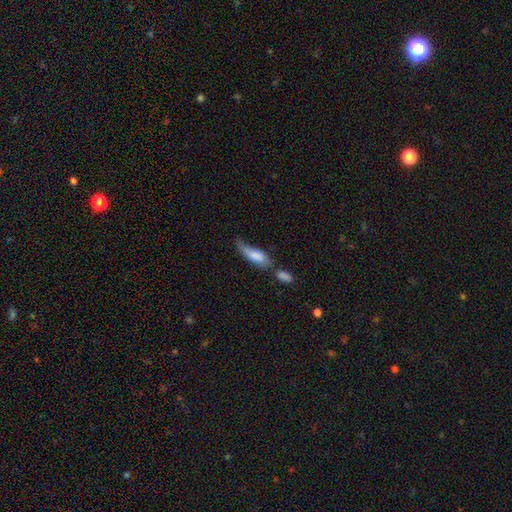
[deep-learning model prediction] smooth 76%, featured or disk 18%, star or artifact 7%. Down the decision tree: how rounded — in between (58%); merging — merger (30%).